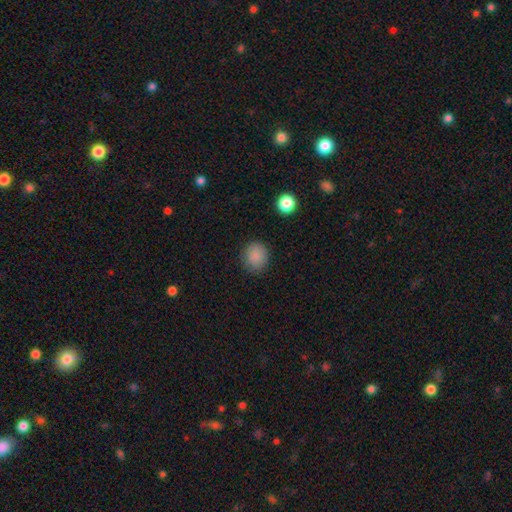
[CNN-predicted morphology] A smooth galaxy with no disk features (87%) that is round (83%). Merging: none (85%).